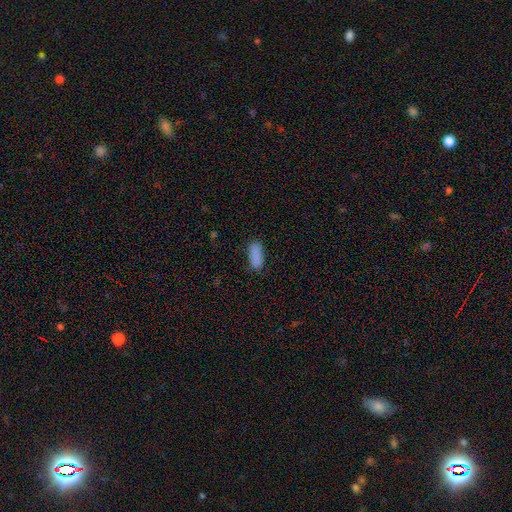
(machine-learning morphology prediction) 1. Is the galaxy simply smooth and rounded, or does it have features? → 87% smooth, 8% star or artifact, 4% featured or disk.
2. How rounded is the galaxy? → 77% in between, 21% cigar-shaped, 2% round.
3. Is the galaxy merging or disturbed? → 82% none, 14% minor disturbance, 3% major disturbance, 2% merger.